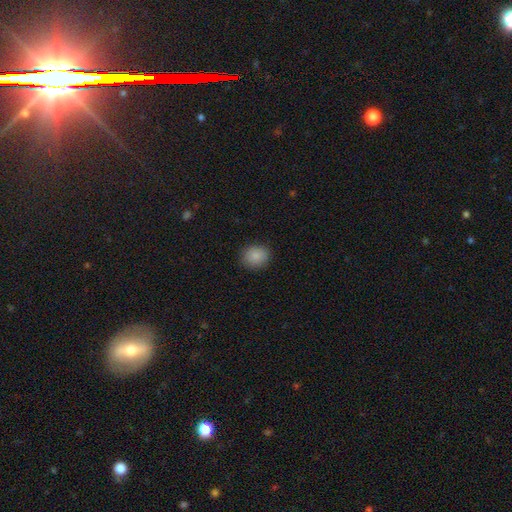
Smooth or featured?
  - smooth: 95% *
  - star or artifact: 5%
  - featured or disk: 0%
How rounded?
  - round: 78% *
  - in between: 22%
  - cigar-shaped: 0%
Merging?
  - none: 95% *
  - minor disturbance: 5%
  - major disturbance: 0%
  - merger: 0%